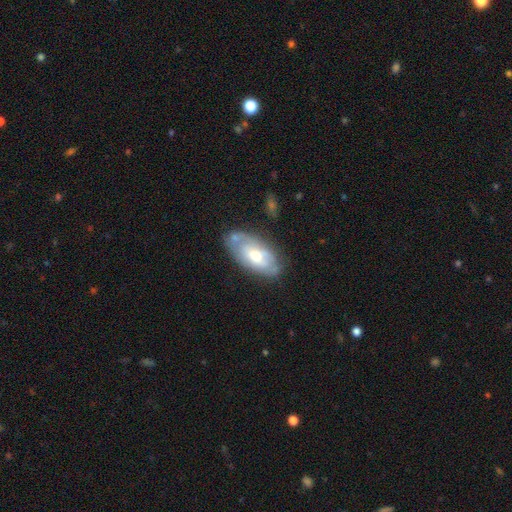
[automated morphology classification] Smooth or featured?
  - featured or disk: 52% *
  - smooth: 42%
  - star or artifact: 6%
Edge-on disk?
  - no: 88% *
  - yes: 12%
Merging?
  - none: 62% *
  - minor disturbance: 24%
  - merger: 8%
  - major disturbance: 6%